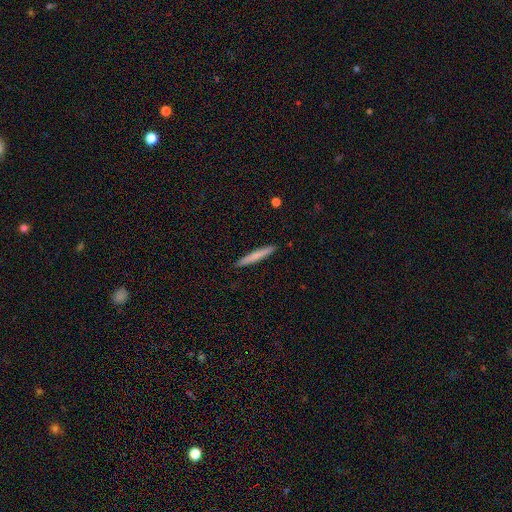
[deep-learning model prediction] A smooth galaxy with no disk features (72%) that is cigar-shaped (96%). Merging: none (92%).